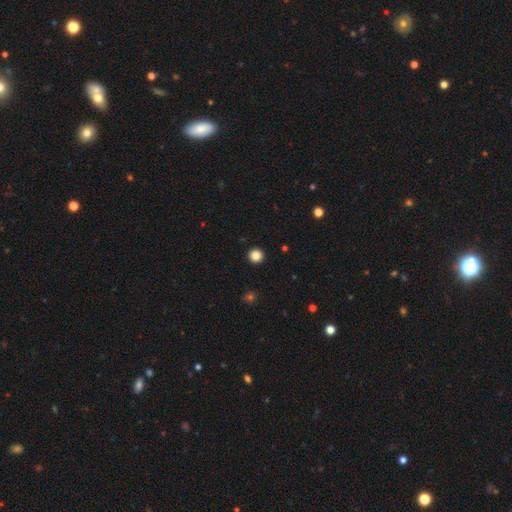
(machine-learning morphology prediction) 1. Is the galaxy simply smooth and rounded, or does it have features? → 85% smooth, 11% star or artifact, 4% featured or disk.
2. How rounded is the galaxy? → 96% round, 3% in between, 1% cigar-shaped.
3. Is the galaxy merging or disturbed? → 94% none, 4% minor disturbance, 1% major disturbance, 1% merger.